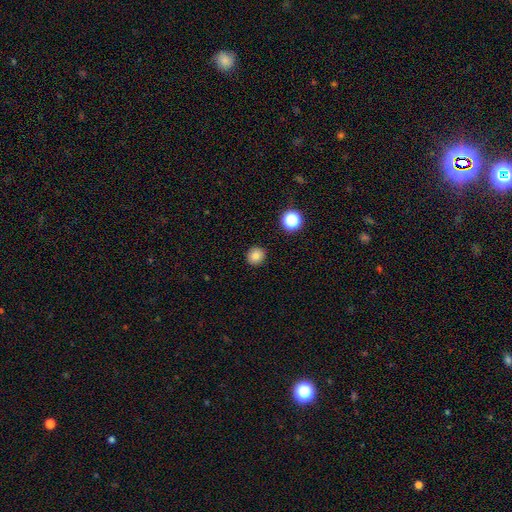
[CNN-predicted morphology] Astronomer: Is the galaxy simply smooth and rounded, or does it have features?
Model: smooth — 81%.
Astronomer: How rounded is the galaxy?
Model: round — 88%.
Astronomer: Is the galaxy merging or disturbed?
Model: none — 91%.